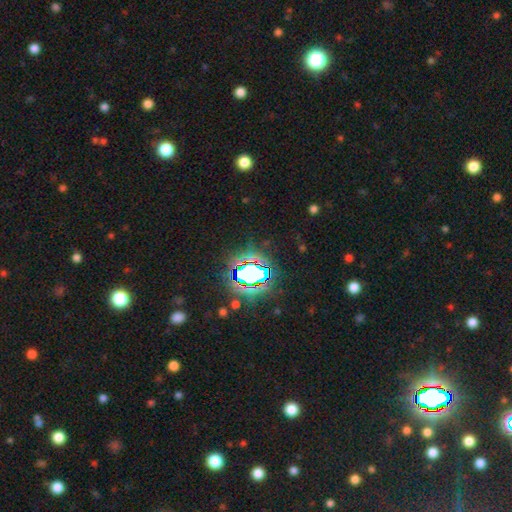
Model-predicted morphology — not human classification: Overall: star or artifact (83%).